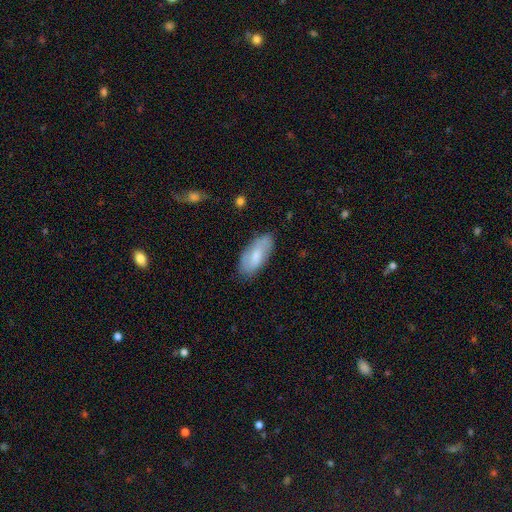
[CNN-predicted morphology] Overall: smooth (68%). How rounded: in between (89%). Merging: none (75%).